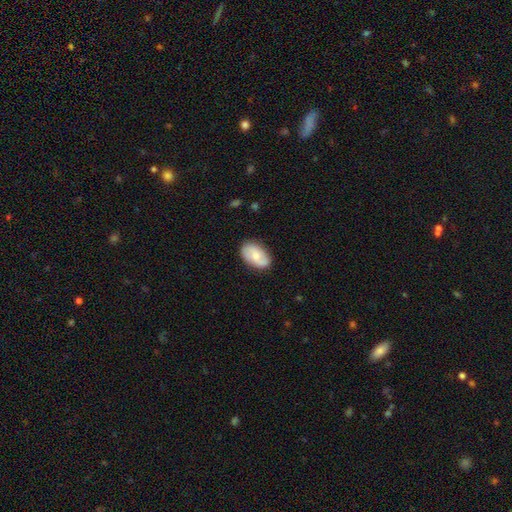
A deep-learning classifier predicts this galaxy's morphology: smooth_or_featured: smooth (p=0.56) [alt: featured or disk p=0.38]
how_rounded: in between (p=0.92) [alt: round p=0.07]
merging: none (p=0.81) [alt: minor disturbance p=0.14]